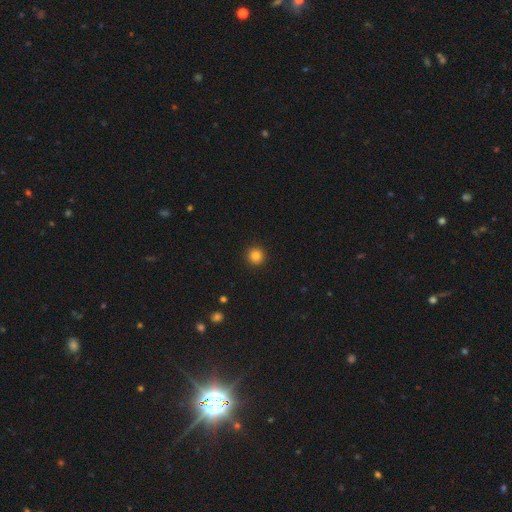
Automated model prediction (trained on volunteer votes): Smooth or featured: smooth — 83% (star or artifact — 12%)
How rounded: round — 95% (in between — 4%)
Merging: none — 93% (minor disturbance — 4%)